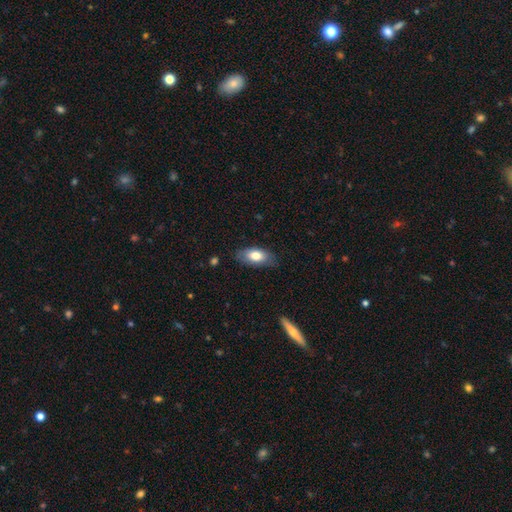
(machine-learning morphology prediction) smooth 75%, featured or disk 18%, star or artifact 6%. Down the decision tree: how rounded — in between (89%); merging — none (79%).